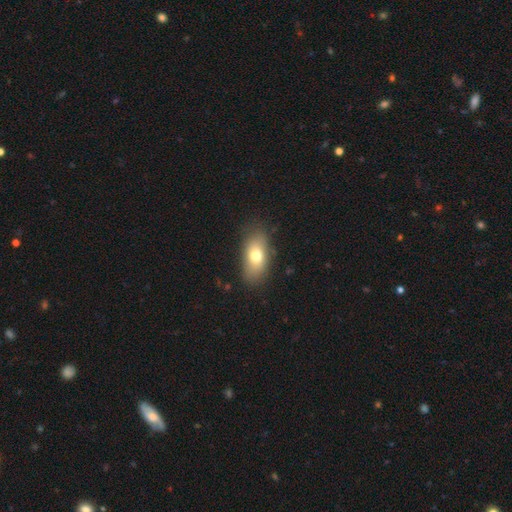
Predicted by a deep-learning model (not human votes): Smooth or featured?
  - smooth: 72% *
  - featured or disk: 20%
  - star or artifact: 9%
How rounded?
  - in between: 87% *
  - round: 7%
  - cigar-shaped: 5%
Merging?
  - none: 80% *
  - minor disturbance: 14%
  - major disturbance: 4%
  - merger: 1%